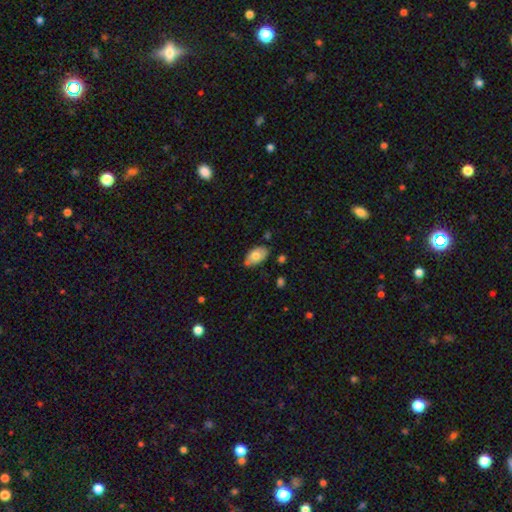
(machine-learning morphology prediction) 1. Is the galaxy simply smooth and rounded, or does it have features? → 72% smooth, 21% featured or disk, 7% star or artifact.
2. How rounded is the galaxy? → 93% in between, 5% round, 2% cigar-shaped.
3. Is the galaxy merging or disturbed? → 69% none, 24% minor disturbance, 4% merger, 3% major disturbance.